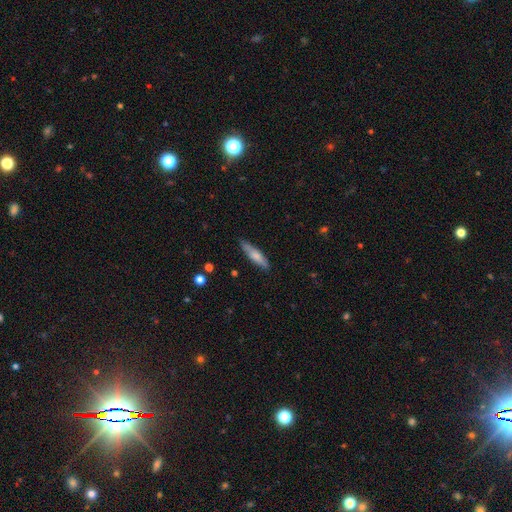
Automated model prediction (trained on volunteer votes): Q: Smooth or featured?
A: smooth (68%); runner-up: featured or disk (27%)
Q: How rounded?
A: cigar-shaped (76%); runner-up: in between (22%)
Q: Merging?
A: none (83%); runner-up: minor disturbance (13%)